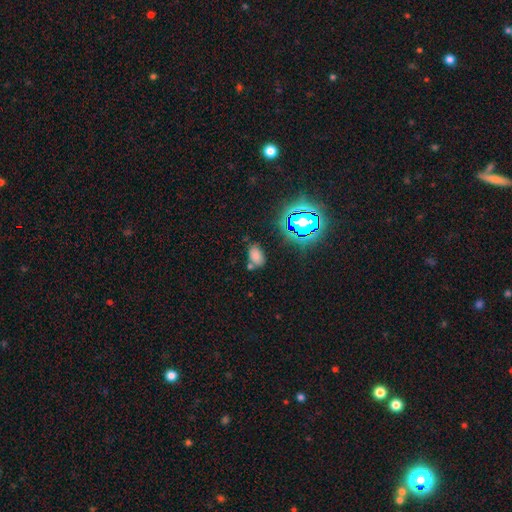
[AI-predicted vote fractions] Overall: smooth (68%). How rounded: in between (87%). Merging: none (65%).